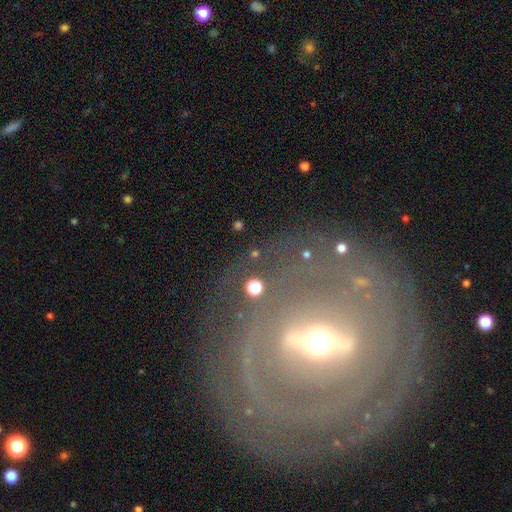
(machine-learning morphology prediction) The model was most divided on "spiral arms": yes: 52%, no: 48%. More confident: smooth or featured — featured or disk (81%); edge-on disk — no (77%); merging — none (76%); bar — strong (67%); bulge size — moderate (60%).